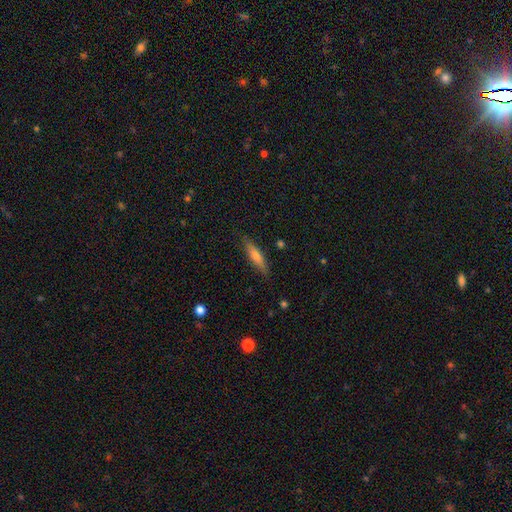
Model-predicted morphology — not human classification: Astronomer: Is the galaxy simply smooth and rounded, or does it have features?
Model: smooth — 57% (runner-up: featured or disk, 36%).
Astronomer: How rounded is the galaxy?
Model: cigar-shaped — 81%.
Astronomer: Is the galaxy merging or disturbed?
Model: none — 86%.